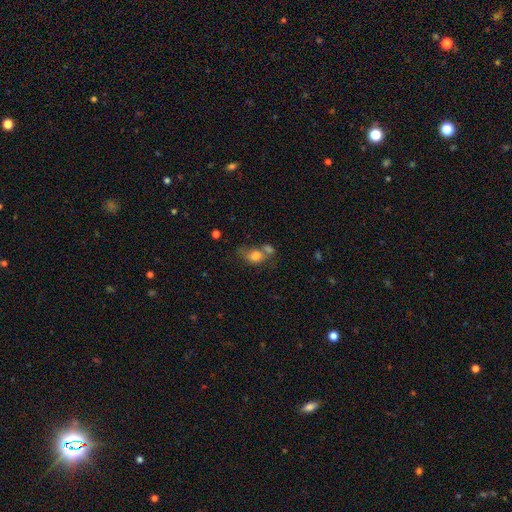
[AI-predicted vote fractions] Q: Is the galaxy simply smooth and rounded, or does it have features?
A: smooth — 74%.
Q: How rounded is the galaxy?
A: in between — 62%.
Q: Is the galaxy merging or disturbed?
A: merger — 43%.